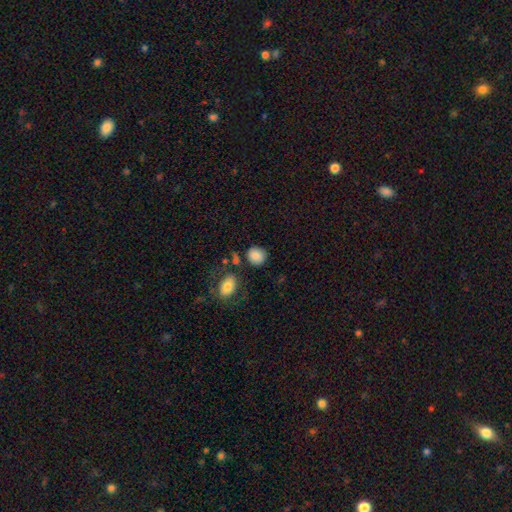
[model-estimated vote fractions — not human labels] A smooth galaxy with no disk features (86%) that is round (77%). Merging: none (76%).